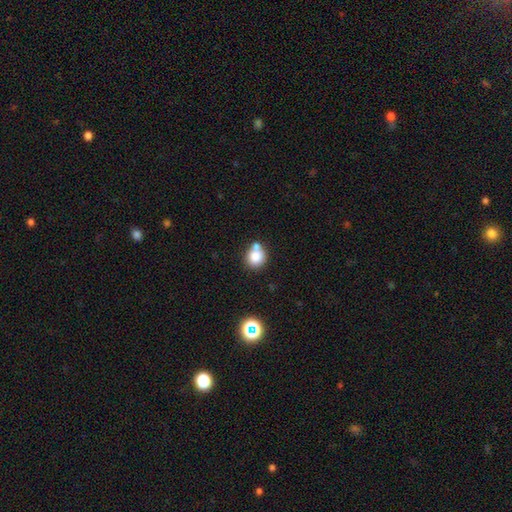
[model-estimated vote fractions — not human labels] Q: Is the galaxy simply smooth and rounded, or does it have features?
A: smooth — 80%.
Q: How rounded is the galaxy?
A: round — 83%.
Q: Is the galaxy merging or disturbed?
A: none — 53%.